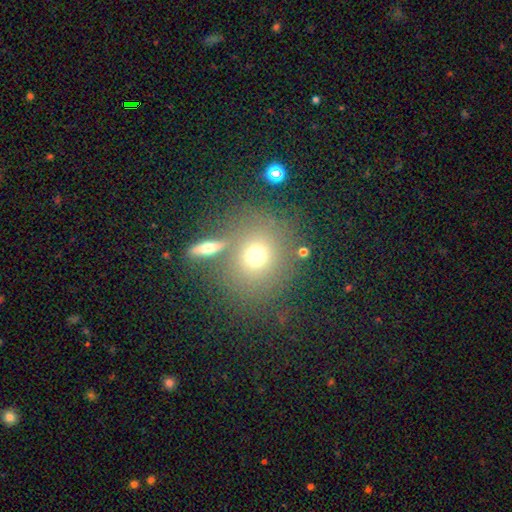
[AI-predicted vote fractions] Smooth or featured? smooth (68%)
How rounded? round (75%)
Merging? none (64%)